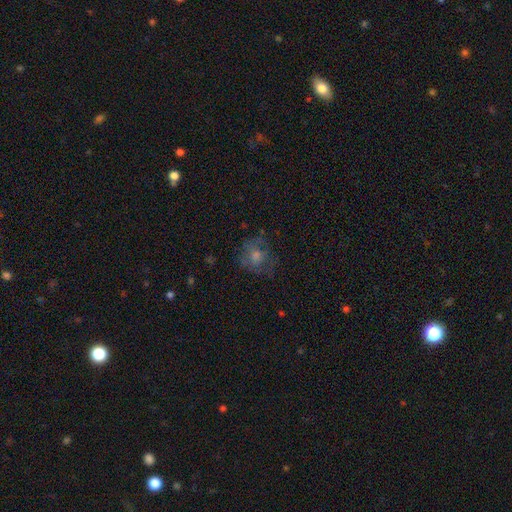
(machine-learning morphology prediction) A smooth galaxy with no disk features (46%). Merging: none (67%).